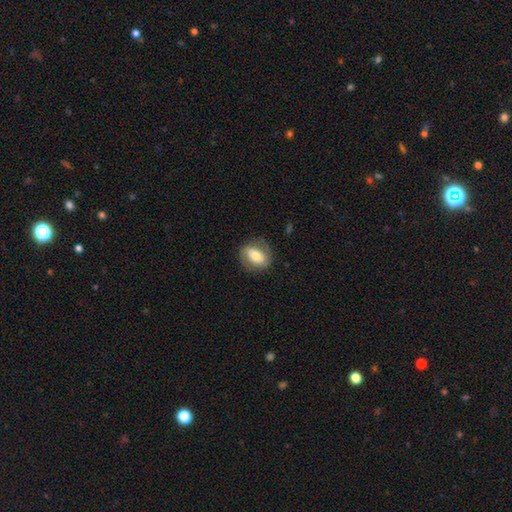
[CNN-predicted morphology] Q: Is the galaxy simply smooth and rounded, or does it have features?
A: smooth — 61%.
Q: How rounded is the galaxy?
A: in between — 67%.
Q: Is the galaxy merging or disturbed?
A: none — 77%.